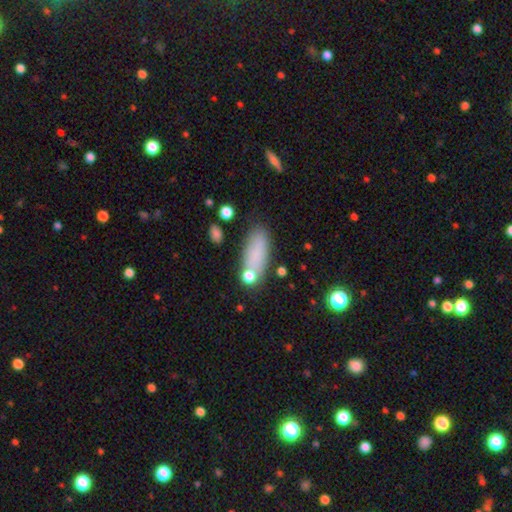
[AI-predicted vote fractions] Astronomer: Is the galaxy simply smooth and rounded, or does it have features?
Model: smooth — 81%.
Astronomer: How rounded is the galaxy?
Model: in between — 73%.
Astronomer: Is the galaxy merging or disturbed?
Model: none — 71%.